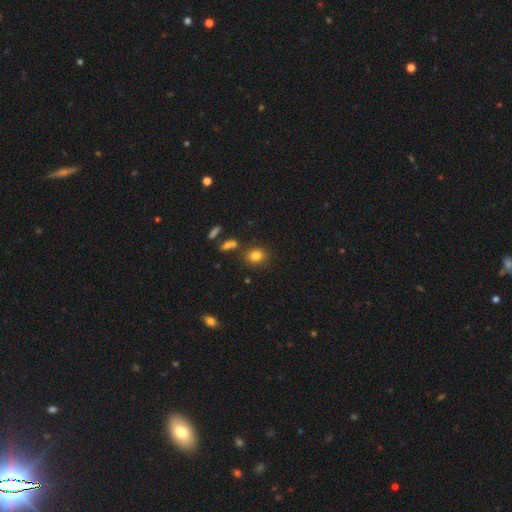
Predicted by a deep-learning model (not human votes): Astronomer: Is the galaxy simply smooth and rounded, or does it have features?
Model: smooth — 81%.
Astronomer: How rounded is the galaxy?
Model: round — 65%.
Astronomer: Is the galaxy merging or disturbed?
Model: none — 80%.